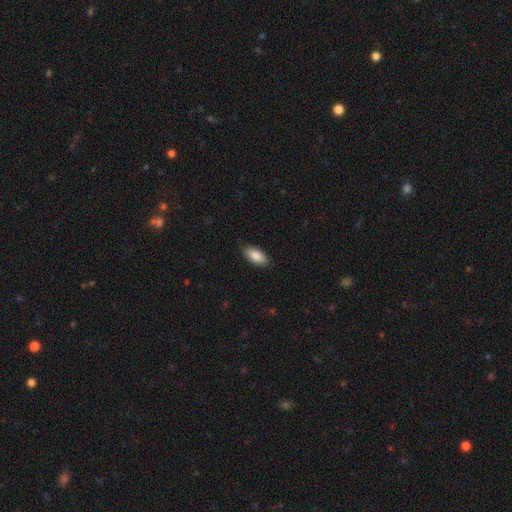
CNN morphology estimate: Q: Smooth or featured?
A: smooth (86%); runner-up: featured or disk (8%)
Q: How rounded?
A: in between (91%); runner-up: cigar-shaped (7%)
Q: Merging?
A: none (86%); runner-up: minor disturbance (11%)